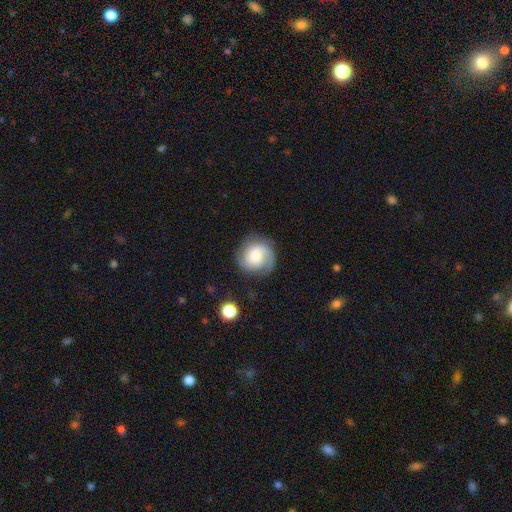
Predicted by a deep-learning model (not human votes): Q: Smooth or featured?
A: featured or disk (62%); runner-up: smooth (30%)
Q: Edge-on disk?
A: no (98%); runner-up: yes (2%)
Q: Bar?
A: no (62%); runner-up: weak (32%)
Q: Spiral arms?
A: yes (94%); runner-up: no (6%)
Q: Spiral winding?
A: medium (43%); runner-up: tight (38%)
Q: Spiral arm count?
A: 2 (57%); runner-up: 3 (15%)
Q: Bulge size?
A: moderate (34%); runner-up: large (30%)
Q: Merging?
A: none (76%); runner-up: minor disturbance (15%)